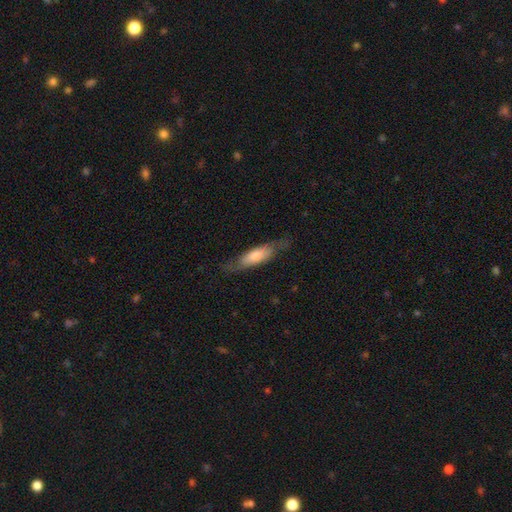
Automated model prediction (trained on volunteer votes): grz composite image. It shows a smooth galaxy with no disk features (61%) that is cigar-shaped (52%). Merging: none (67%).